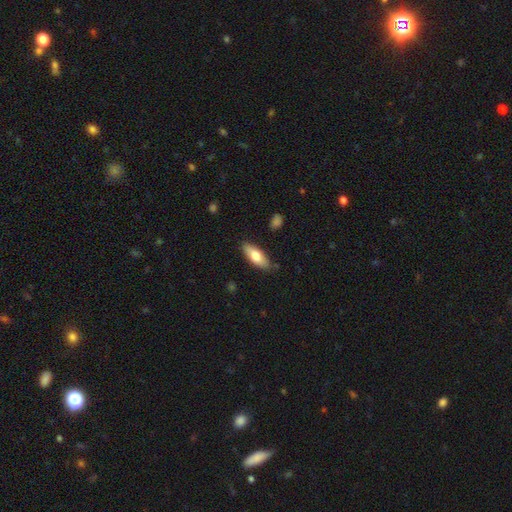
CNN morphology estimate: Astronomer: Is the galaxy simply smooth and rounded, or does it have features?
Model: smooth — 74%.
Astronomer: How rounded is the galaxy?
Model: in between — 72%.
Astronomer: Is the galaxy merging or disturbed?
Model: none — 84%.